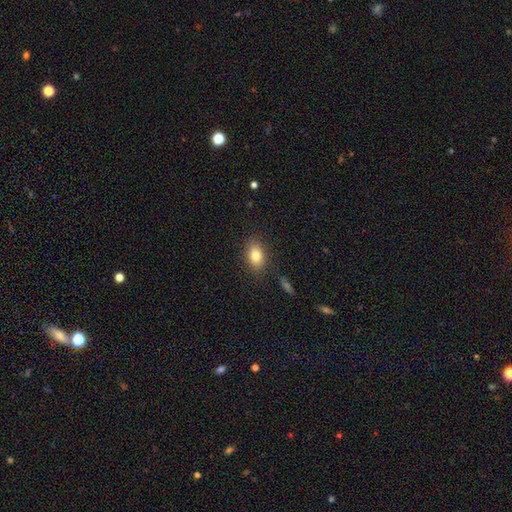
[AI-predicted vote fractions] This is clearly a smooth galaxy (81%). How rounded: clearly in between (81%). Merging: clearly none (84%).